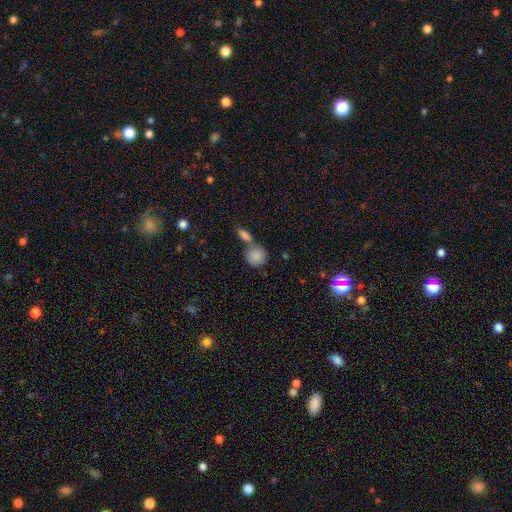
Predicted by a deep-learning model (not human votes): Smooth or featured: smooth — 85% (featured or disk — 8%)
How rounded: round — 81% (in between — 17%)
Merging: merger — 44% (none — 43%)